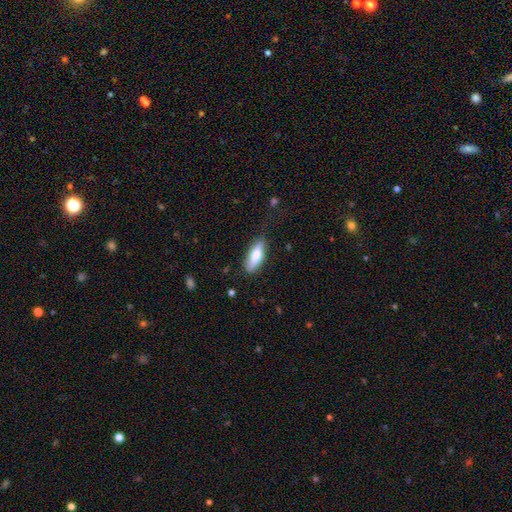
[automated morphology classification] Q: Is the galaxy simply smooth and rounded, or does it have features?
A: smooth — 62%.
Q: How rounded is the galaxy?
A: in between — 61%.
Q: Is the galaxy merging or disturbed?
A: none — 79%.